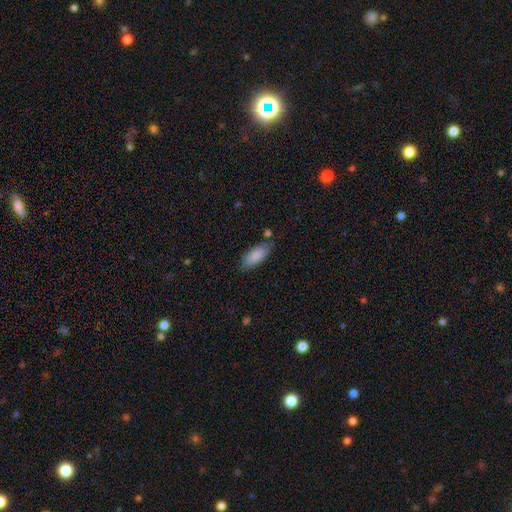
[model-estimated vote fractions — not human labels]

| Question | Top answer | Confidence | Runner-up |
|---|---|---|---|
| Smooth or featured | smooth | 87% | featured or disk (7%) |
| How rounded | in between | 78% | cigar-shaped (20%) |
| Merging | none | 76% | minor disturbance (17%) |